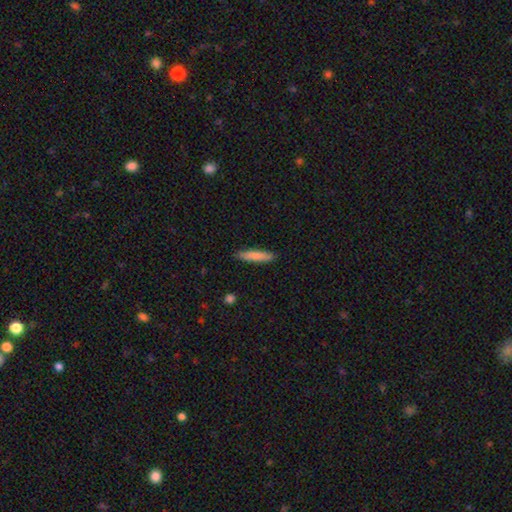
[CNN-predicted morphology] A smooth galaxy with no disk features (80%) that is cigar-shaped (87%).

Vote fractions:
- Smooth or featured? smooth: 80% / featured or disk: 14% / star or artifact: 6%
- How rounded? cigar-shaped: 87% / in between: 12% / round: 1%
- Merging? none: 87% / minor disturbance: 10% / major disturbance: 2% / merger: 1%